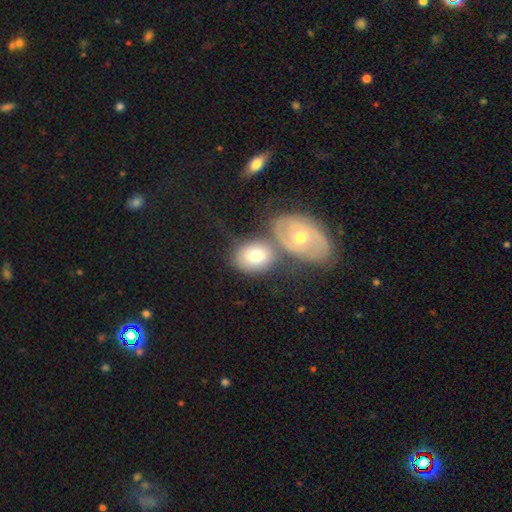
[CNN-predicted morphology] Overall: smooth (55%; featured or disk 38%). How rounded: in between (63%; round 36%). Merging: none (44%; merger 37%).